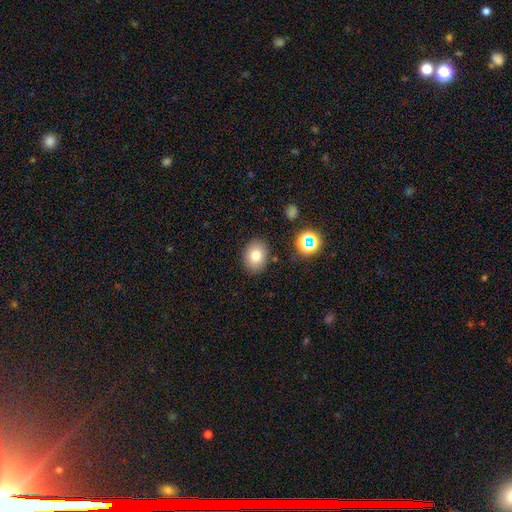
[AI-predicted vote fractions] Q: Smooth or featured?
A: smooth (78%); runner-up: star or artifact (12%)
Q: How rounded?
A: in between (58%); runner-up: round (42%)
Q: Merging?
A: none (86%); runner-up: minor disturbance (9%)